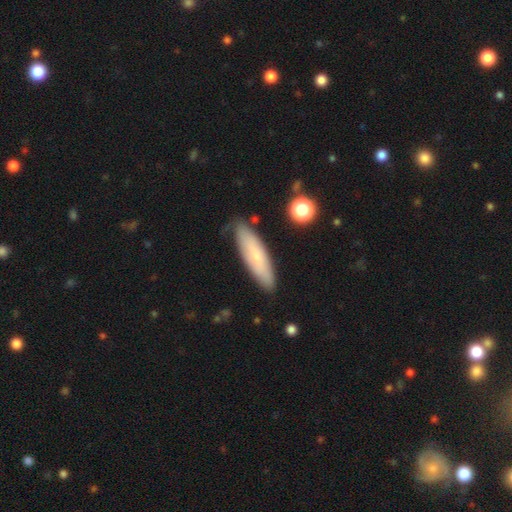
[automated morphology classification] smooth 68%, featured or disk 26%, star or artifact 6%. Down the decision tree: how rounded — cigar-shaped (63%); merging — none (81%).